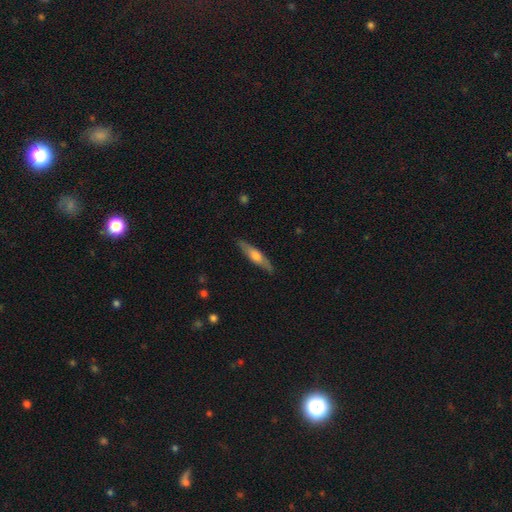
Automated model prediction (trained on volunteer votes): This appears to be a featured or disk galaxy (53%) viewed edge-on (91%). Merging: none (88%).